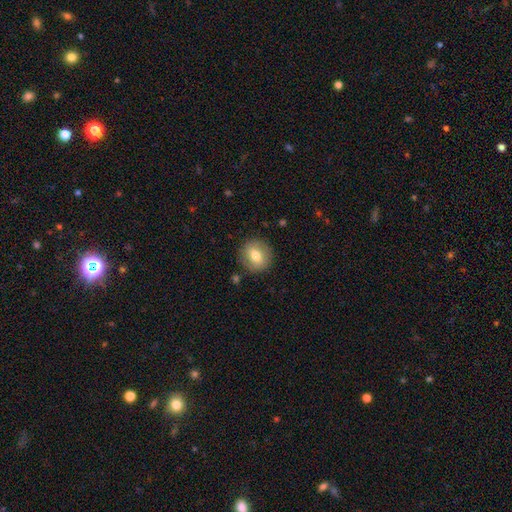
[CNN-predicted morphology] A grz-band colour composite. It shows a smooth galaxy with no disk features (70%) that is round (88%). Merging: none (88%).